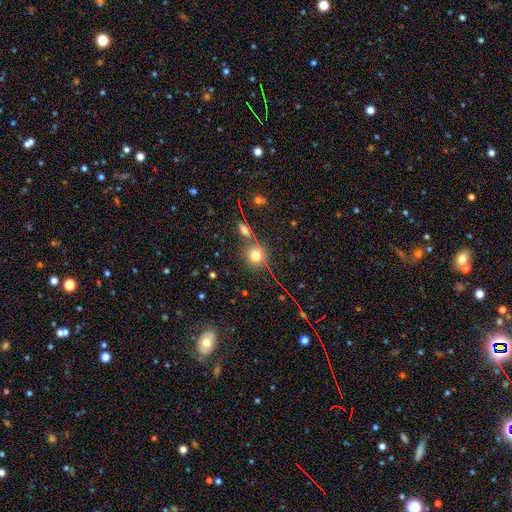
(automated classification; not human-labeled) Smooth or featured: smooth — 69% (star or artifact — 20%)
How rounded: round — 86% (in between — 12%)
Merging: none — 74% (merger — 13%)